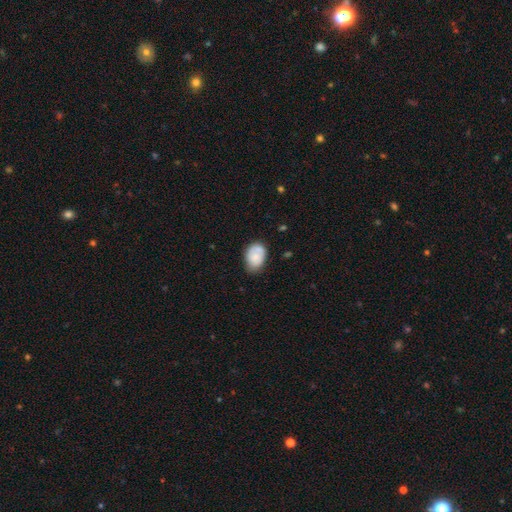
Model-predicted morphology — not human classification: smooth-or-featured: smooth: 70% | featured or disk: 23% | star or artifact: 7%
  how-rounded: in between: 81% | round: 17% | cigar-shaped: 1%
  merging: none: 61% | minor disturbance: 28% | major disturbance: 7% | merger: 4%